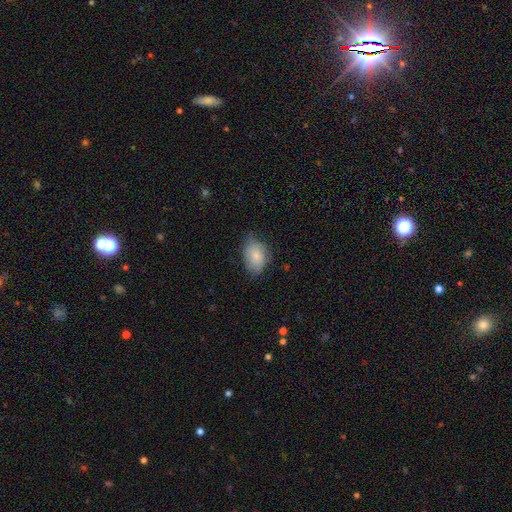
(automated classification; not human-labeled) smooth 78%, featured or disk 15%, star or artifact 7%. Down the decision tree: how rounded — in between (76%); merging — none (59%).